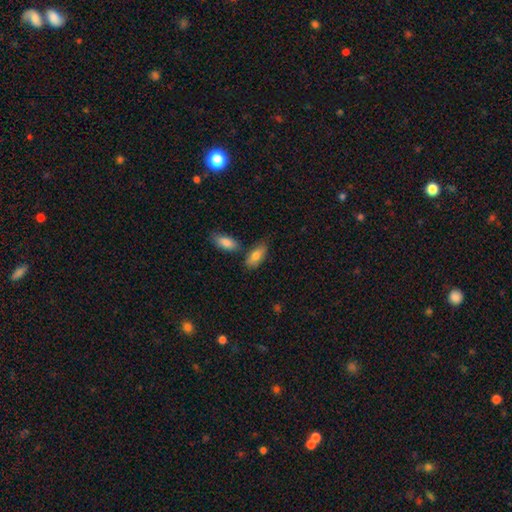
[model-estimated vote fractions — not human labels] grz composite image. It shows a smooth galaxy with no disk features (80%) that is in between round and cigar-shaped (85%). Merging: none (65%).